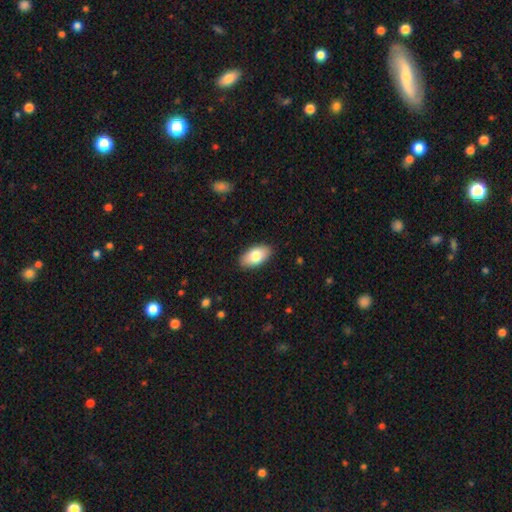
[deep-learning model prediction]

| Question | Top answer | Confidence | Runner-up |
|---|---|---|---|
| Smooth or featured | smooth | 80% | featured or disk (14%) |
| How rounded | in between | 94% | round (3%) |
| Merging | none | 88% | minor disturbance (9%) |